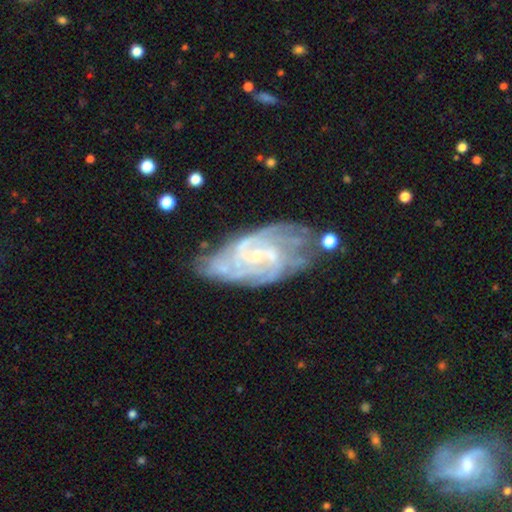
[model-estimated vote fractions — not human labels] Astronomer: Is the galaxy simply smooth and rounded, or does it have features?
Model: featured or disk — 87%.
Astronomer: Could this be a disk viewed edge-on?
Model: no — 96%.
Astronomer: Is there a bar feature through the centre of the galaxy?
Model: no — 52% (runner-up: weak, 38%).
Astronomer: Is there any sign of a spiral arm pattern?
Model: yes — 96%.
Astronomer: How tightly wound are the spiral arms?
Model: tight — 58% (runner-up: medium, 34%).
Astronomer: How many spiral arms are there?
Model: can't tell — 30% (runner-up: 4, 22%).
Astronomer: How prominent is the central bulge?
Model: small — 78%.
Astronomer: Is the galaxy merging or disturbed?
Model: none — 61%.